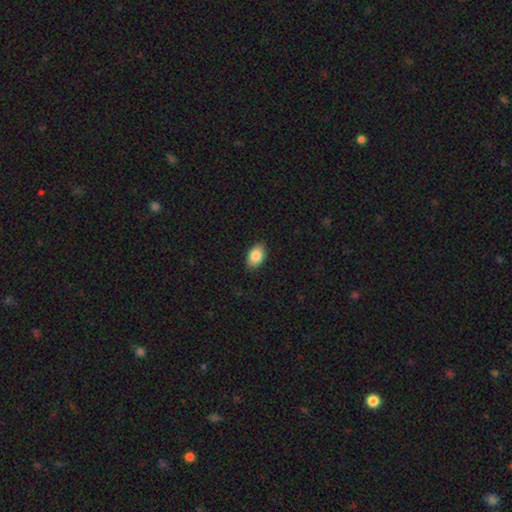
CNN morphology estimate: Smooth or featured: smooth — 87% (star or artifact — 7%)
How rounded: in between — 89% (round — 10%)
Merging: none — 88% (minor disturbance — 9%)